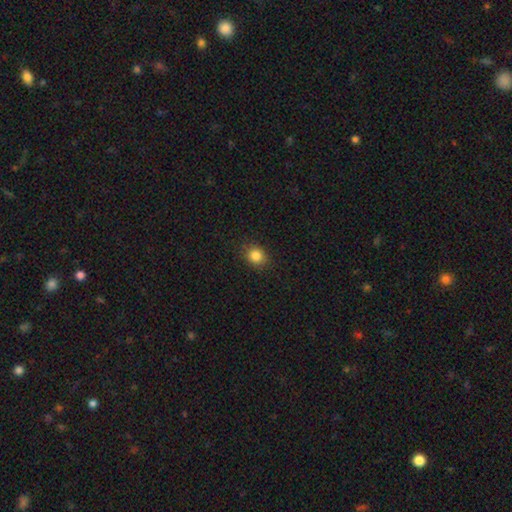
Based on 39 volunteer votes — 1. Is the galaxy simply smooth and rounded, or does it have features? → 90% smooth, 8% star or artifact, 3% featured or disk.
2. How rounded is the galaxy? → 83% round, 17% in between, 0% cigar-shaped.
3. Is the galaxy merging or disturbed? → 86% none, 11% minor disturbance, 3% major disturbance, 0% merger.